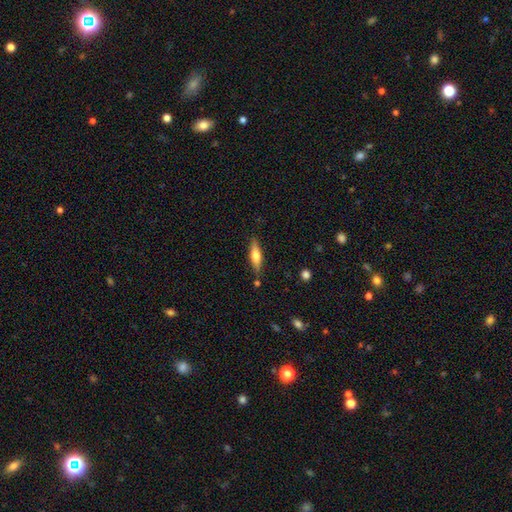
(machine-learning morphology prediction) Smooth or featured? smooth (51%)
How rounded? cigar-shaped (66%)
Merging? none (81%)